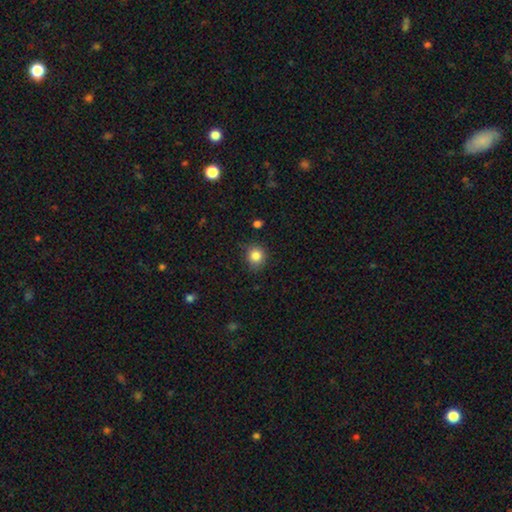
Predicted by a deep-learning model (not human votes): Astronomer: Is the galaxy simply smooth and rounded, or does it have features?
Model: smooth — 84%.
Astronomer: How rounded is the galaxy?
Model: round — 84%.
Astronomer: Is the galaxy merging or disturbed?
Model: none — 83%.